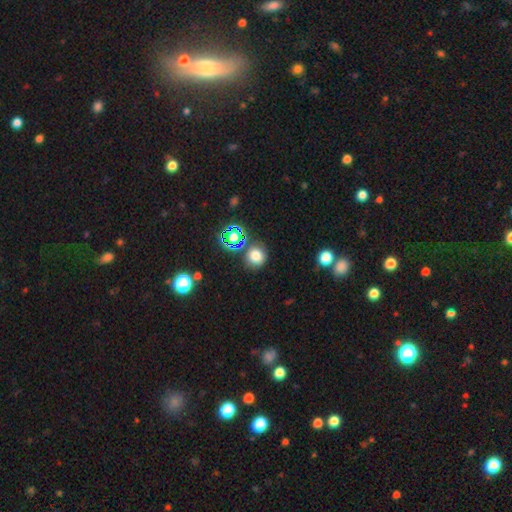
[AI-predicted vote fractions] smooth-or-featured: smooth: 72% | star or artifact: 20% | featured or disk: 7%
  how-rounded: round: 86% | in between: 13% | cigar-shaped: 1%
  merging: none: 78% | minor disturbance: 11% | merger: 8% | major disturbance: 4%